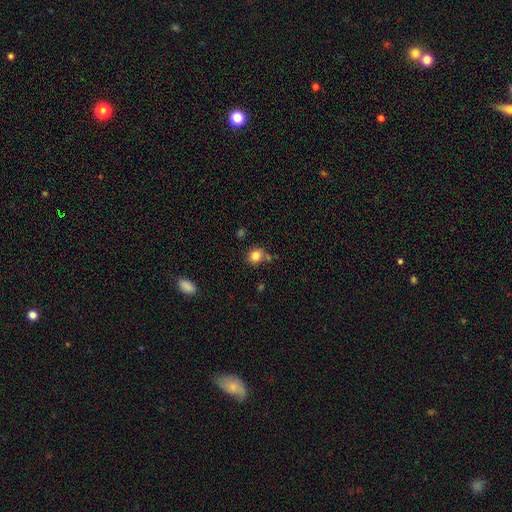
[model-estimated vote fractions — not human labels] This is clearly a smooth galaxy (83%). How rounded: likely round (79%). Merging: likely none (70%).